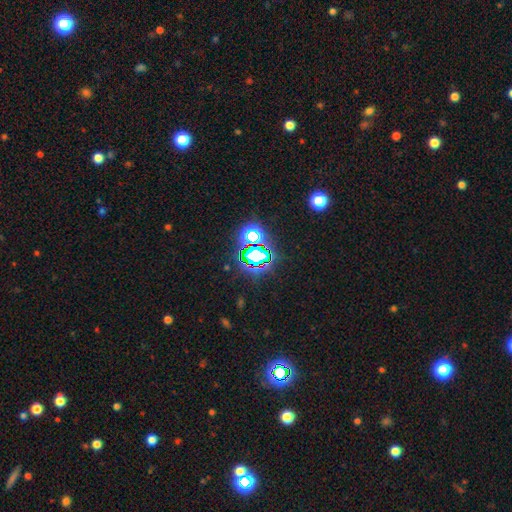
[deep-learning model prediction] A star or artifact, not a galaxy (72%).

Vote fractions:
- Smooth or featured? star or artifact: 72% / smooth: 17% / featured or disk: 11%